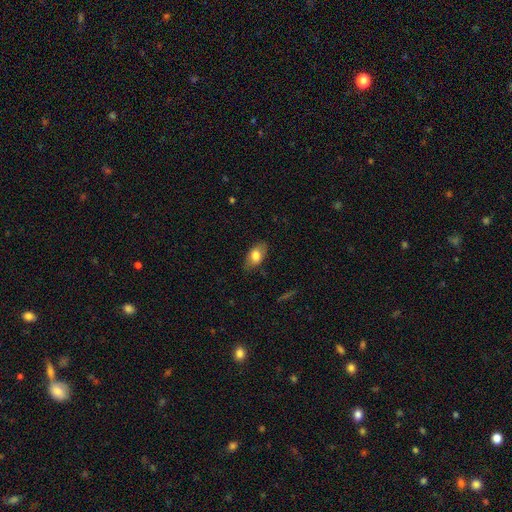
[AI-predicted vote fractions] Smooth or featured: smooth — 74% (featured or disk — 19%)
How rounded: in between — 91% (round — 6%)
Merging: none — 78% (minor disturbance — 18%)